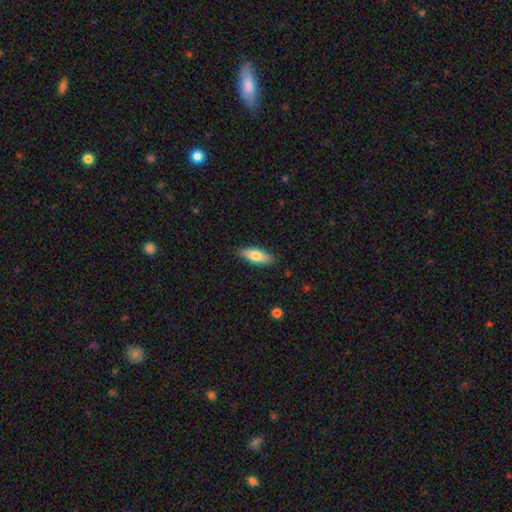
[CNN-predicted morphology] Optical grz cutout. It shows a smooth galaxy with no disk features (71%) that is in between round and cigar-shaped (58%). Merging: none (87%).